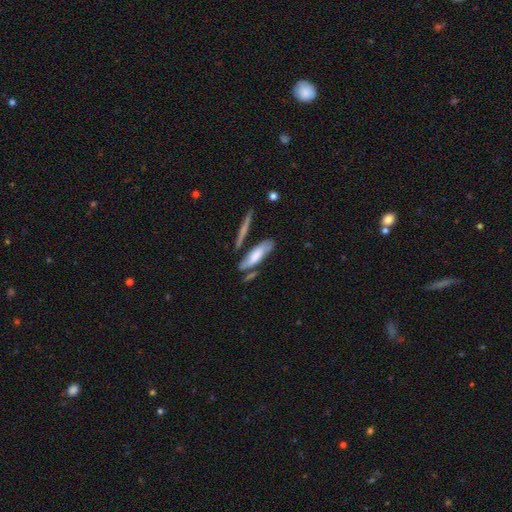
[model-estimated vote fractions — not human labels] A smooth galaxy with no disk features (58%) that is cigar-shaped (58%). Merging: none (62%).